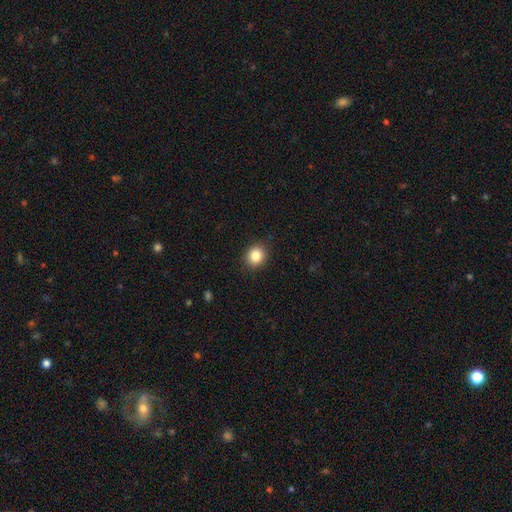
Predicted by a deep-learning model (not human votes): smooth_or_featured: smooth (p=0.85) [alt: star or artifact p=0.10]
how_rounded: round (p=0.70) [alt: in between p=0.29]
merging: none (p=0.89) [alt: minor disturbance p=0.08]